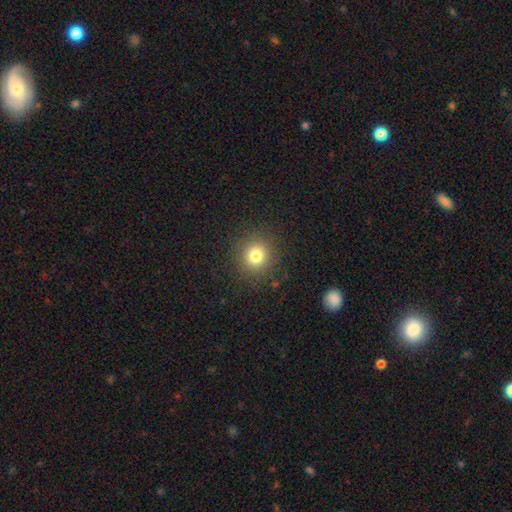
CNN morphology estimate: smooth-or-featured: smooth: 79% | star or artifact: 14% | featured or disk: 7%
  how-rounded: round: 90% | in between: 9% | cigar-shaped: 1%
  merging: none: 89% | minor disturbance: 7% | major disturbance: 3% | merger: 1%